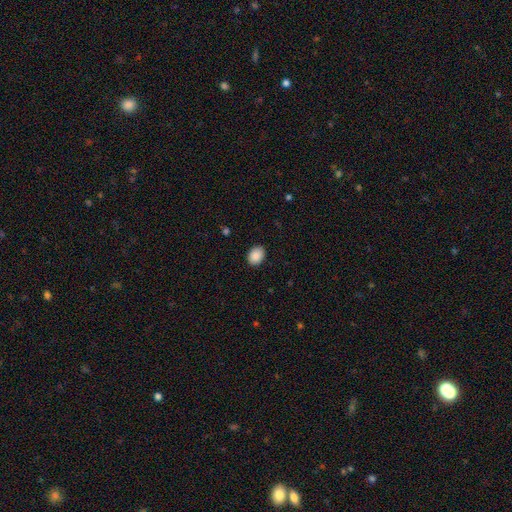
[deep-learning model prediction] A smooth galaxy with no disk features (90%) that is in between round and cigar-shaped (66%).

Vote fractions:
- Smooth or featured? smooth: 90% / star or artifact: 8% / featured or disk: 3%
- How rounded? in between: 66% / round: 33% / cigar-shaped: 1%
- Merging? none: 88% / minor disturbance: 9% / major disturbance: 2% / merger: 1%